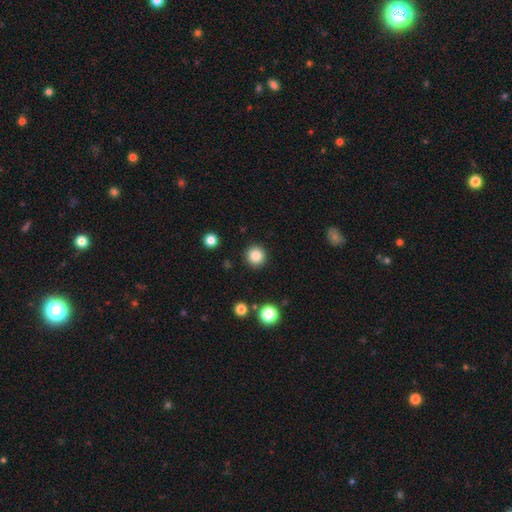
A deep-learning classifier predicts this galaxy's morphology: type=smooth (85%); roundness=round (95%); merging=none (92%).